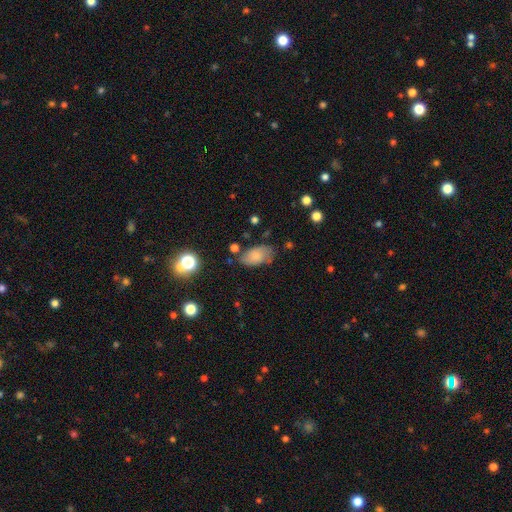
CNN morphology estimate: This is likely a smooth galaxy (76%). How rounded: clearly in between (93%). Merging: likely none (67%).